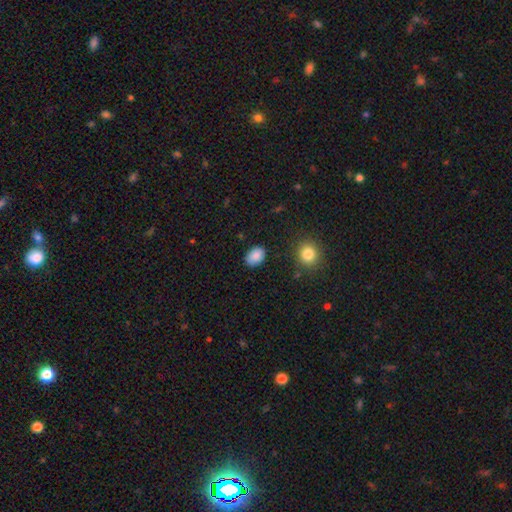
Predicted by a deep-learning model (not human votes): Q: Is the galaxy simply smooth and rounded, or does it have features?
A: smooth — 87%.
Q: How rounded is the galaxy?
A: in between — 80%.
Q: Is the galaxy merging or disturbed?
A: none — 83%.